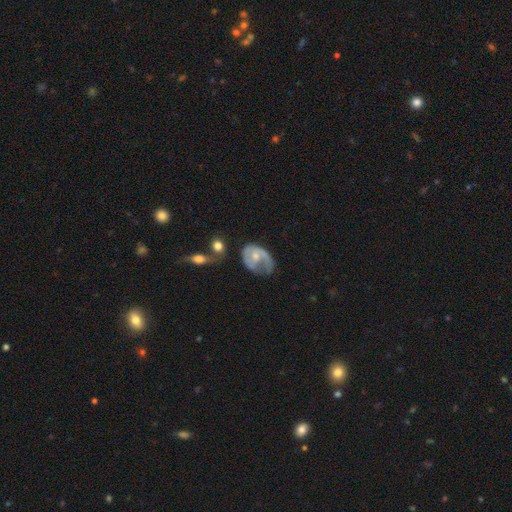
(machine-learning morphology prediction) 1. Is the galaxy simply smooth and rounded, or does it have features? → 64% featured or disk, 30% smooth, 6% star or artifact.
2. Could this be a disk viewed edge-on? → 96% no, 4% yes.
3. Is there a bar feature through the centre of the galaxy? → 65% no, 30% weak, 6% strong.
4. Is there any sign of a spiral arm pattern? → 73% yes, 27% no.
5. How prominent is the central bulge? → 47% small, 44% moderate, 6% none, 3% large, 1% dominant.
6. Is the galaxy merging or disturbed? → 34% major disturbance, 31% none, 29% minor disturbance, 6% merger.